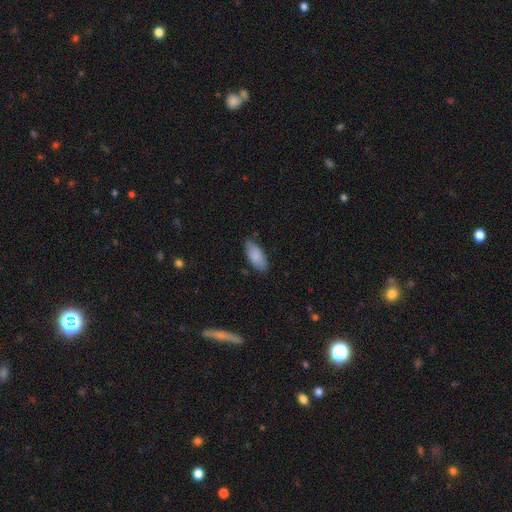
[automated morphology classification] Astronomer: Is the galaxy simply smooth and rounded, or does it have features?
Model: smooth — 88%.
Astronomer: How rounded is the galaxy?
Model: in between — 86%.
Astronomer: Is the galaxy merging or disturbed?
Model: none — 81%.